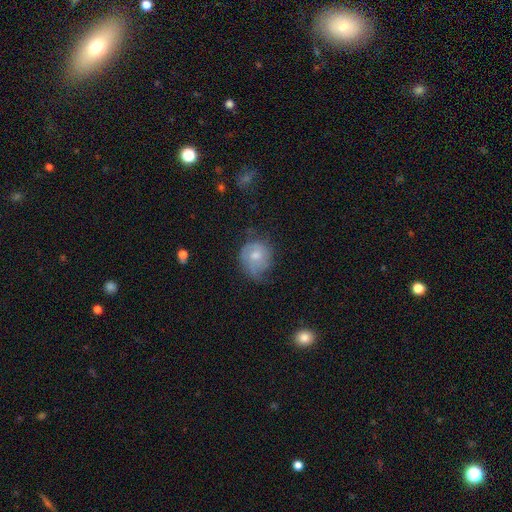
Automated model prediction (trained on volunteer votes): Morphology: type=smooth (51%); roundness=round (71%); merging=none (43%).